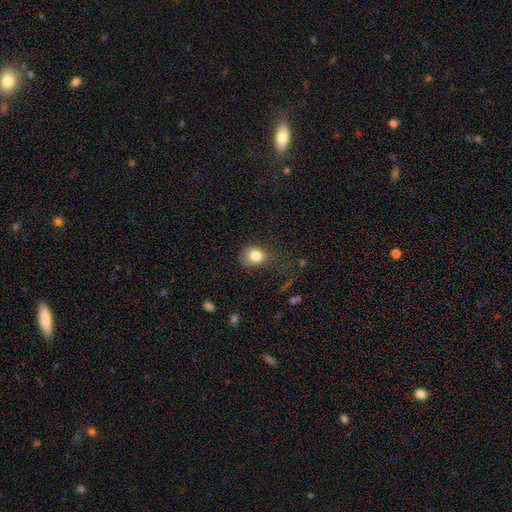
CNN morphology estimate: type=smooth (81%); roundness=round (56%); merging=none (55%).